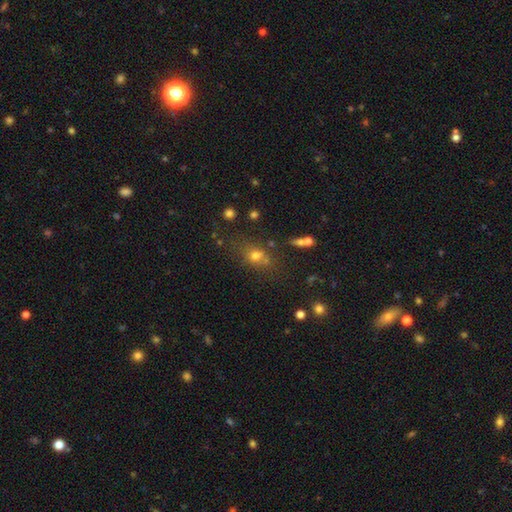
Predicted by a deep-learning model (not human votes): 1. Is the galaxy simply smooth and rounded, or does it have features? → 64% smooth, 22% star or artifact, 14% featured or disk.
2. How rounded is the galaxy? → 52% round, 44% in between, 4% cigar-shaped.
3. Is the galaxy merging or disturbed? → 62% none, 16% minor disturbance, 14% merger, 8% major disturbance.